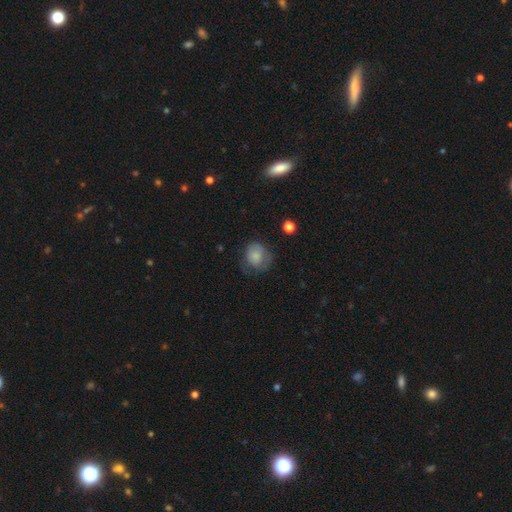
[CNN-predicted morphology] smooth 74%, featured or disk 18%, star or artifact 9%. Down the decision tree: how rounded — round (67%); merging — none (48%).